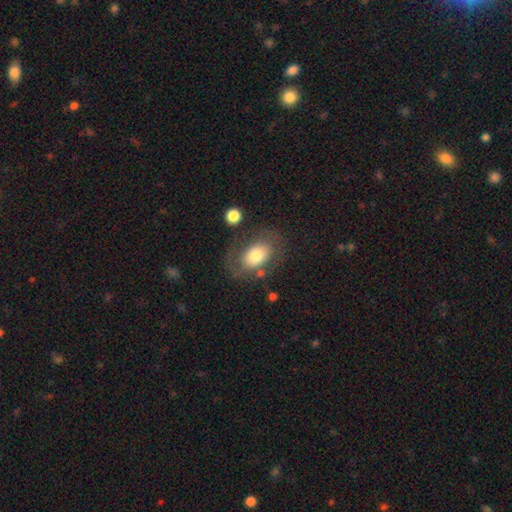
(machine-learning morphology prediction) smooth 67%, featured or disk 25%, star or artifact 8%. Down the decision tree: how rounded — in between (83%); merging — none (66%).